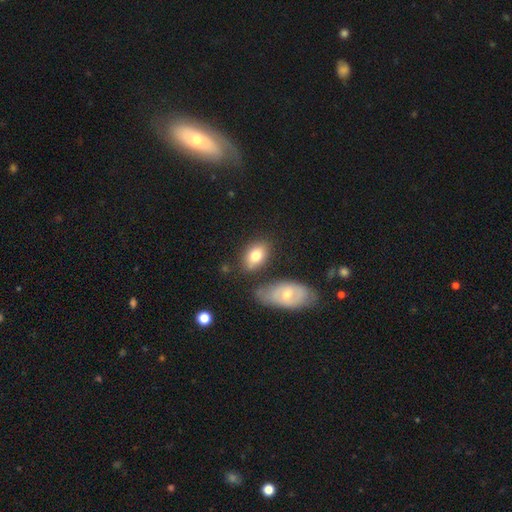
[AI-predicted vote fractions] A smooth galaxy with no disk features (76%) that is in between round and cigar-shaped (85%). Merging: none (68%).